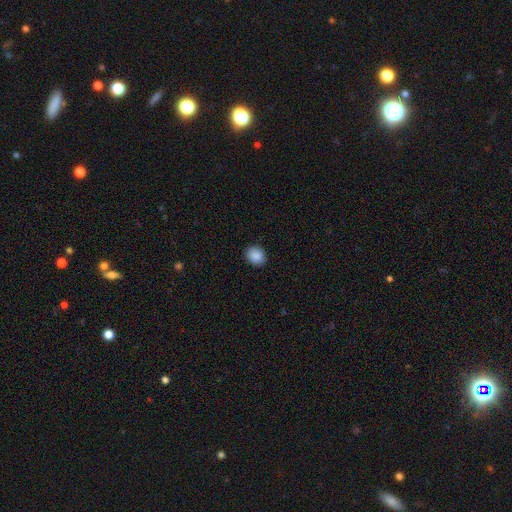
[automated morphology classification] A smooth galaxy with no disk features (89%) that is round (58%).

Vote fractions:
- Smooth or featured? smooth: 89% / star or artifact: 8% / featured or disk: 3%
- How rounded? round: 58% / in between: 41% / cigar-shaped: 1%
- Merging? none: 90% / minor disturbance: 7% / major disturbance: 2% / merger: 1%